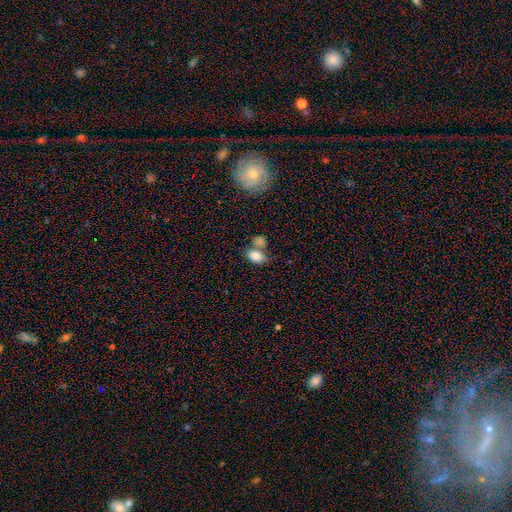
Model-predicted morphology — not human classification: A smooth galaxy with no disk features (79%) that is in between round and cigar-shaped (85%). Merging: none (45%).